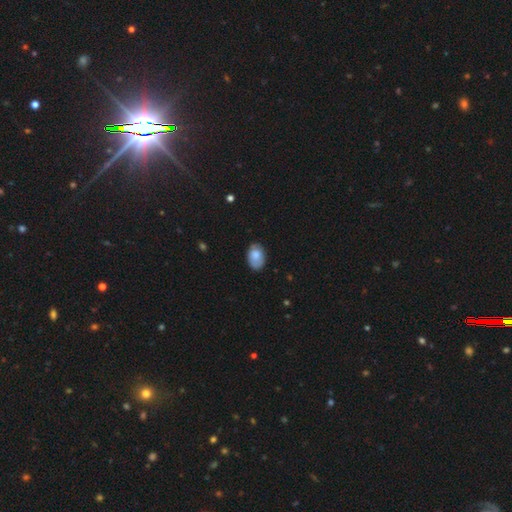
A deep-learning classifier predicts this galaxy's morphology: This appears to be a smooth galaxy with no disk features (75%) that is in between round and cigar-shaped (87%). Merging: none (75%).